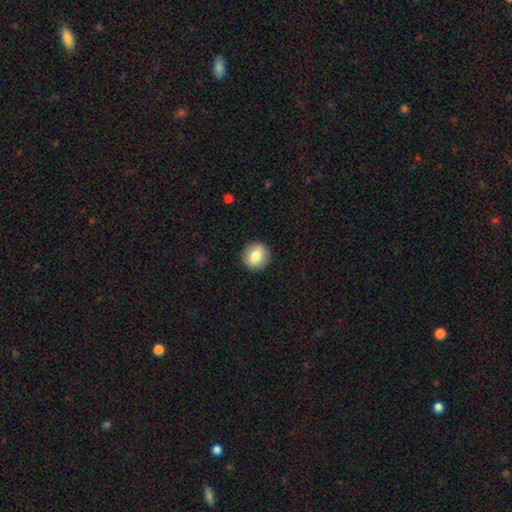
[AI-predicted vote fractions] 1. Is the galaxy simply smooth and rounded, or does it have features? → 76% smooth, 16% featured or disk, 8% star or artifact.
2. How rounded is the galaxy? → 85% round, 14% in between, 1% cigar-shaped.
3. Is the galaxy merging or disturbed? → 91% none, 6% minor disturbance, 2% major disturbance, 1% merger.